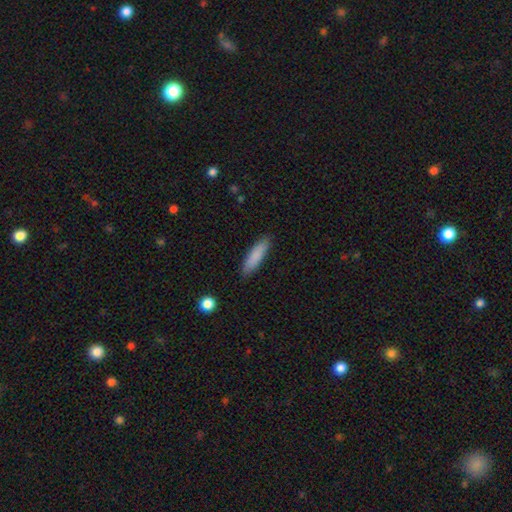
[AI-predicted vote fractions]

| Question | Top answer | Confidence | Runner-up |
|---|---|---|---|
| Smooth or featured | smooth | 85% | featured or disk (9%) |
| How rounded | cigar-shaped | 75% | in between (23%) |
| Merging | none | 88% | minor disturbance (9%) |